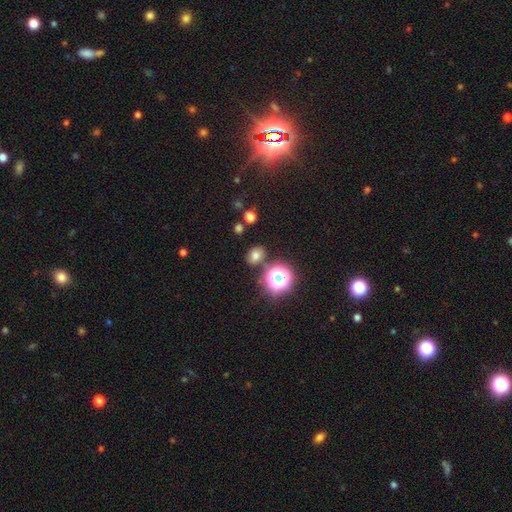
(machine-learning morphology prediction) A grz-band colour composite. It shows a smooth galaxy with no disk features (71%) that is in between round and cigar-shaped (55%). Merging: none (80%).